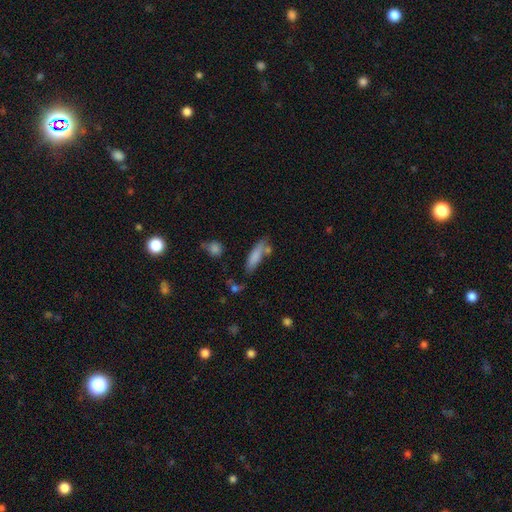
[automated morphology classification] The model was most divided on "how rounded": cigar-shaped: 59%, in between: 39%, round: 2%. More confident: smooth or featured — smooth (80%); merging — none (61%).